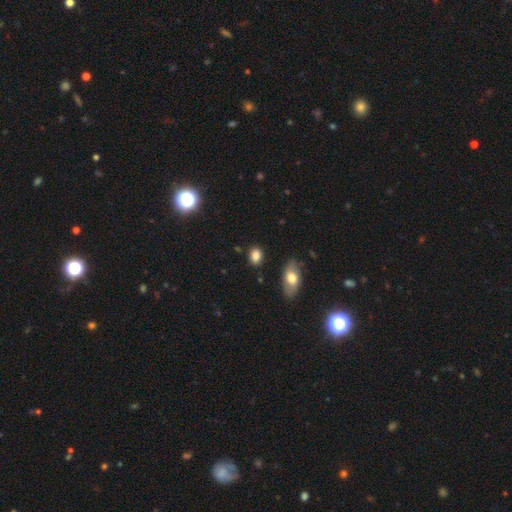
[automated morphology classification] A smooth galaxy with no disk features (84%) that is in between round and cigar-shaped (69%). Merging: none (84%).